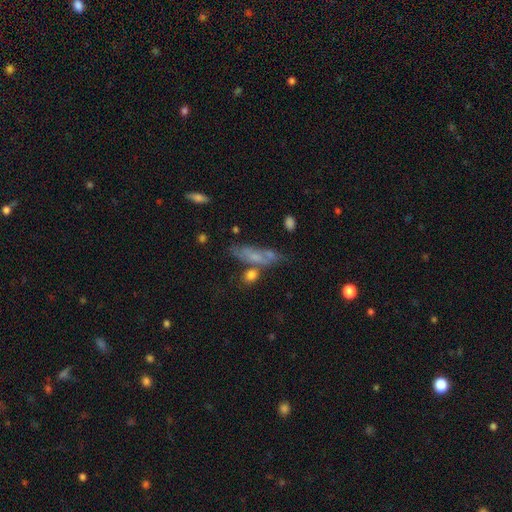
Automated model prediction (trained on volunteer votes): Smooth or featured?
  - smooth: 48% *
  - featured or disk: 39%
  - star or artifact: 13%
Merging?
  - none: 50% *
  - minor disturbance: 21%
  - merger: 17%
  - major disturbance: 11%